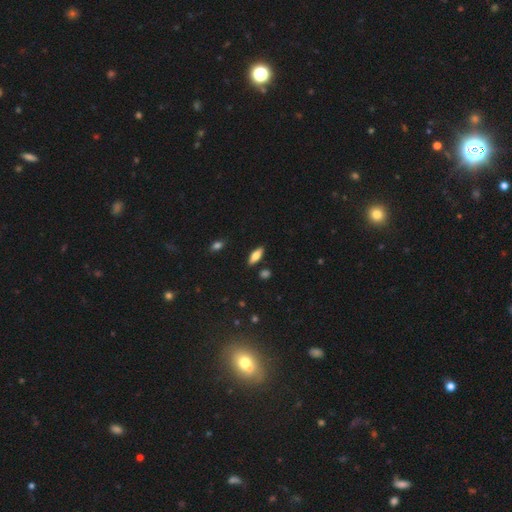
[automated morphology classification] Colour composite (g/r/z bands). It shows a smooth galaxy with no disk features (74%) that is in between round and cigar-shaped (73%). Merging: none (86%).